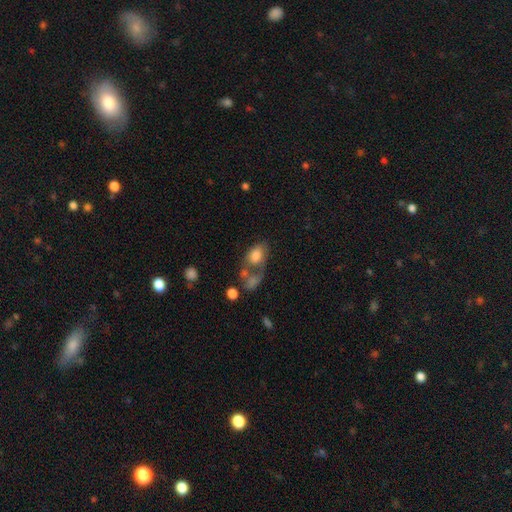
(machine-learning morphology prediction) A smooth galaxy with no disk features (71%) that is in between round and cigar-shaped (82%). Merging: merger (39%).